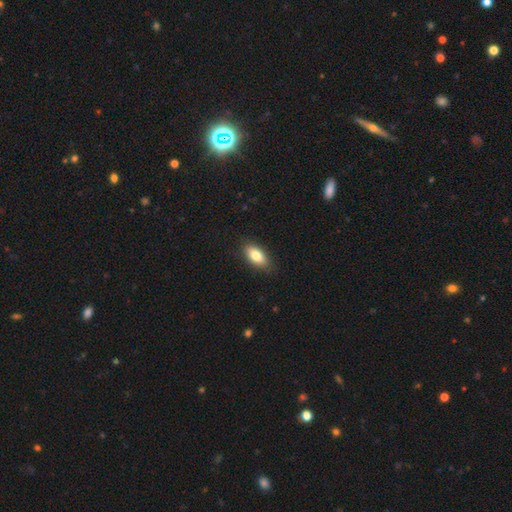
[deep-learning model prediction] Smooth or featured?
  - smooth: 80% *
  - featured or disk: 13%
  - star or artifact: 7%
How rounded?
  - in between: 88% *
  - cigar-shaped: 9%
  - round: 4%
Merging?
  - none: 86% *
  - minor disturbance: 11%
  - major disturbance: 2%
  - merger: 1%